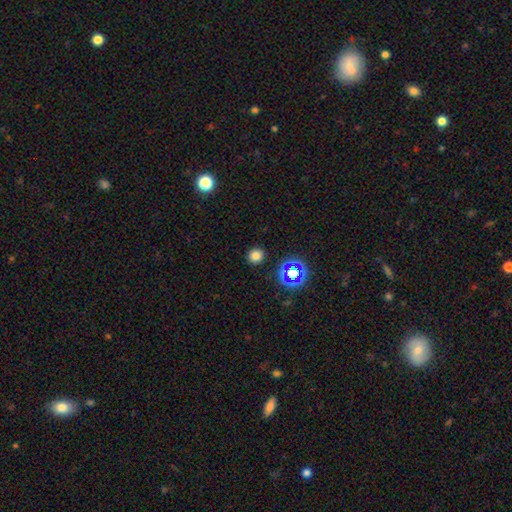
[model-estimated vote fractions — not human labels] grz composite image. It shows a smooth galaxy with no disk features (74%) that is round (89%). Merging: none (90%).